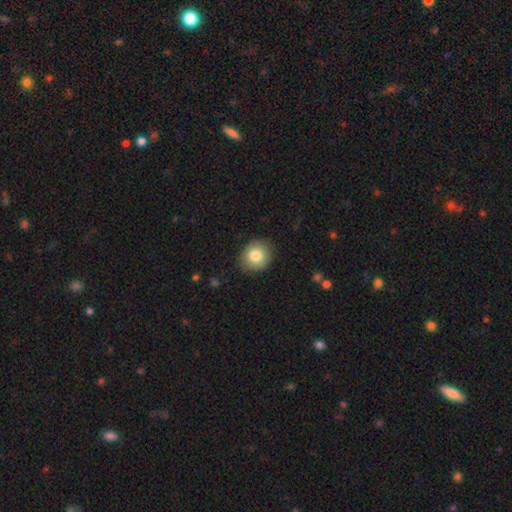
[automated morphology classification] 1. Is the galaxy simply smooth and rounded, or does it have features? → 82% smooth, 10% featured or disk, 9% star or artifact.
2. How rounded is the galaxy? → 79% round, 20% in between, 1% cigar-shaped.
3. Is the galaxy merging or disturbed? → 88% none, 9% minor disturbance, 2% major disturbance, 1% merger.